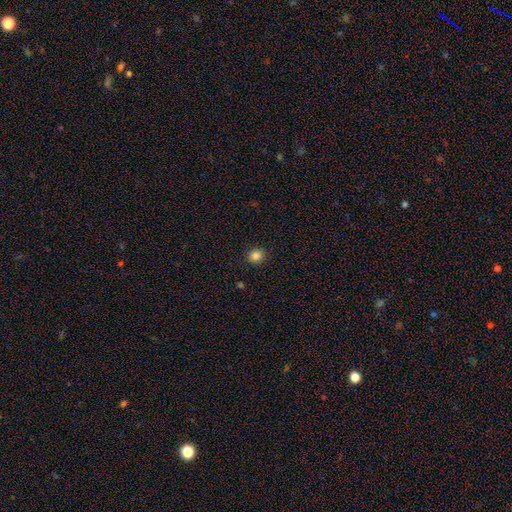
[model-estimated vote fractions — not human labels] This is clearly a smooth galaxy (84%). How rounded: clearly round (85%). Merging: clearly none (91%).